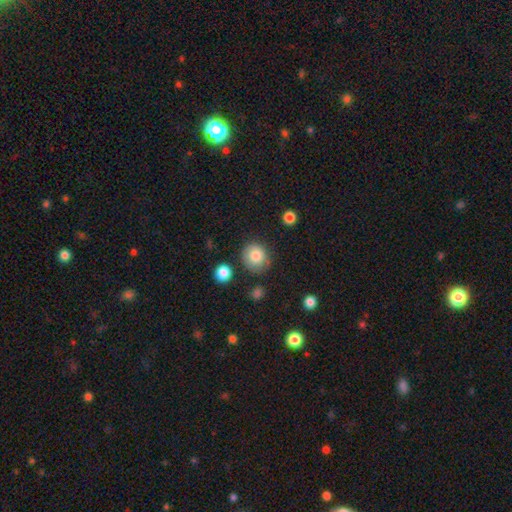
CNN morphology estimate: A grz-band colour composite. It shows a smooth galaxy with no disk features (82%) that is round (81%). Merging: none (75%).